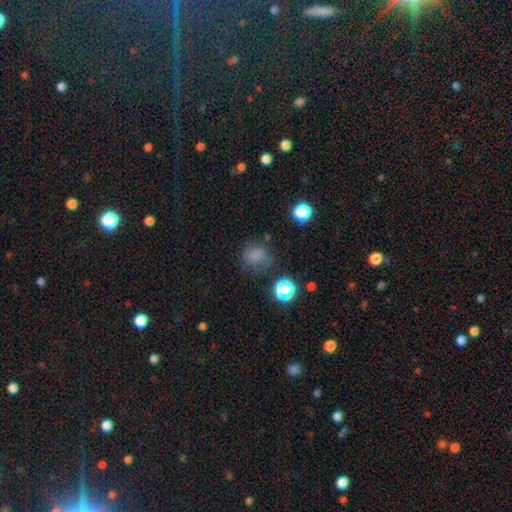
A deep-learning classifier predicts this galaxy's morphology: A smooth galaxy with no disk features (71%) that is round (77%). Merging: none (67%).